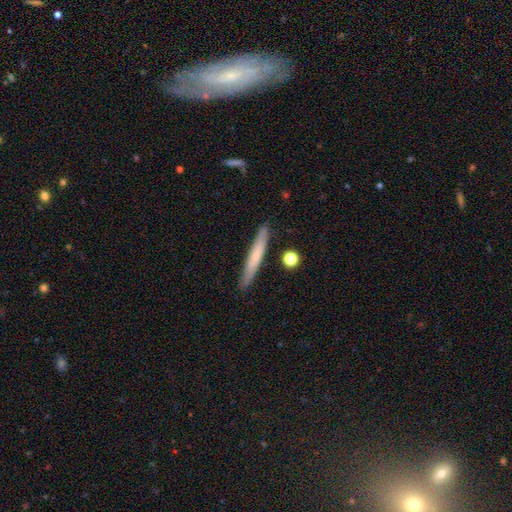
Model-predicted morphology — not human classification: Smooth or featured? Predicted: smooth (p=0.59). How rounded? Predicted: cigar-shaped (p=0.95). Merging? Predicted: none (p=0.88).